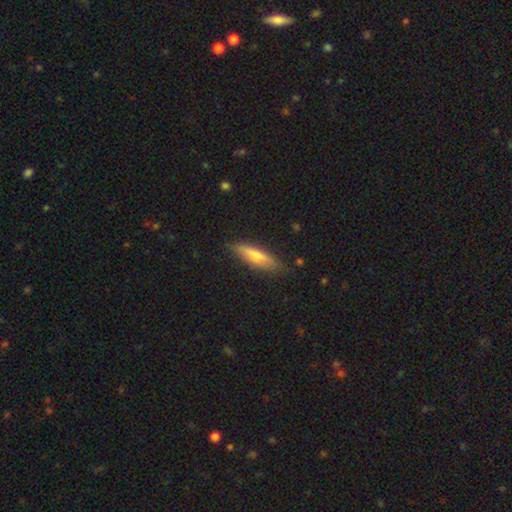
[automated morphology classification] smooth-or-featured: smooth: 56% | featured or disk: 37% | star or artifact: 7%
  how-rounded: cigar-shaped: 69% | in between: 29% | round: 2%
  merging: none: 81% | minor disturbance: 15% | major disturbance: 3% | merger: 1%